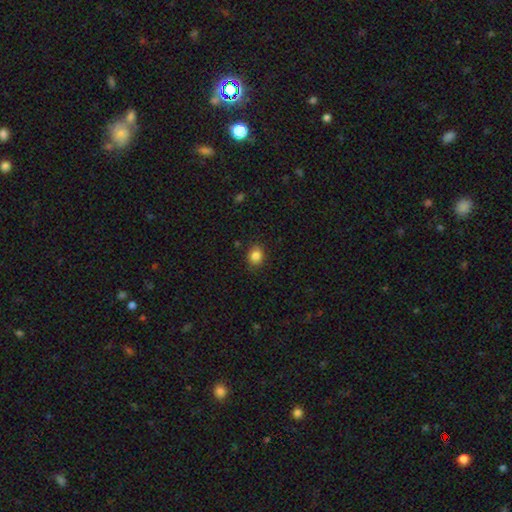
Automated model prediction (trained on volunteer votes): Smooth or featured? smooth (85%)
How rounded? round (66%)
Merging? none (86%)